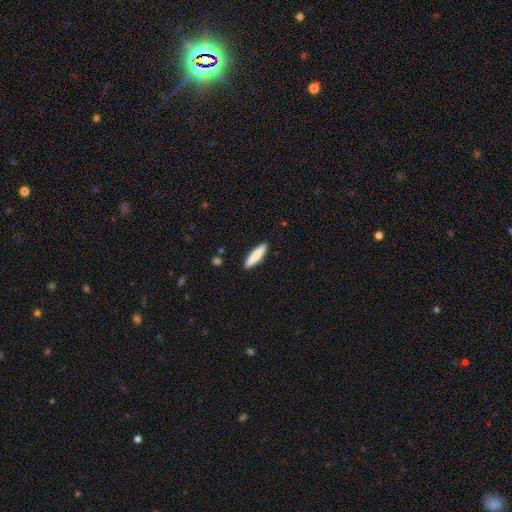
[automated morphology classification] Q: Smooth or featured?
A: smooth (83%); runner-up: featured or disk (12%)
Q: How rounded?
A: cigar-shaped (82%); runner-up: in between (17%)
Q: Merging?
A: none (90%); runner-up: minor disturbance (7%)